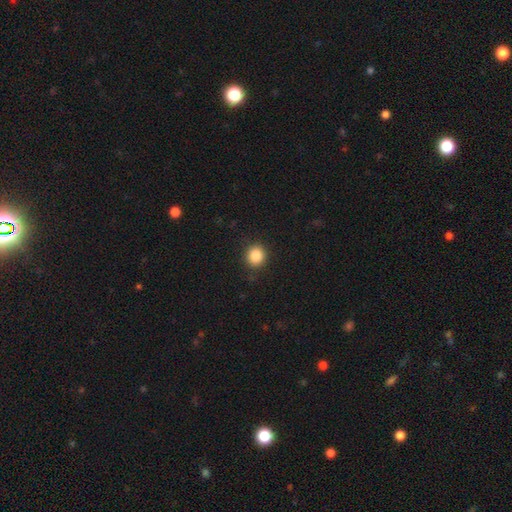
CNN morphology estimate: Q: Smooth or featured?
A: smooth (87%); runner-up: star or artifact (10%)
Q: How rounded?
A: round (87%); runner-up: in between (12%)
Q: Merging?
A: none (90%); runner-up: minor disturbance (7%)